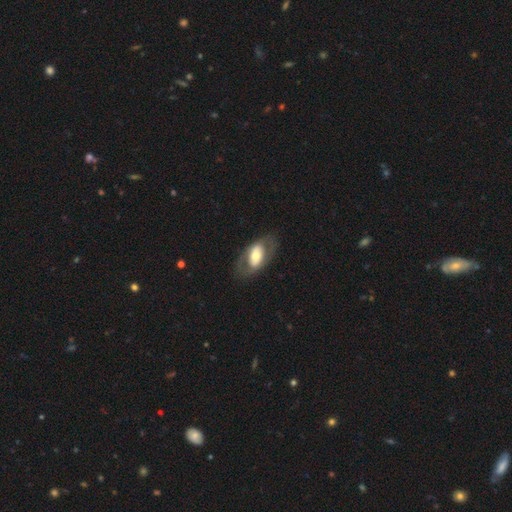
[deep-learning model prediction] Overall: featured or disk (52%; smooth 43%). Edge-on disk: no (88%). Merging: none (74%).